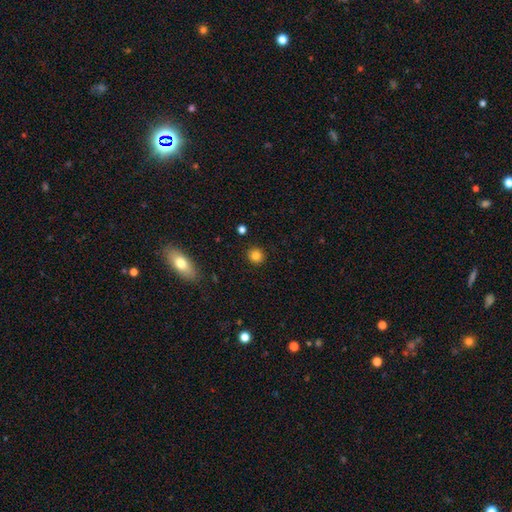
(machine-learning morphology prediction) smooth 83%, star or artifact 12%, featured or disk 6%. Down the decision tree: how rounded — round (90%); merging — none (91%).